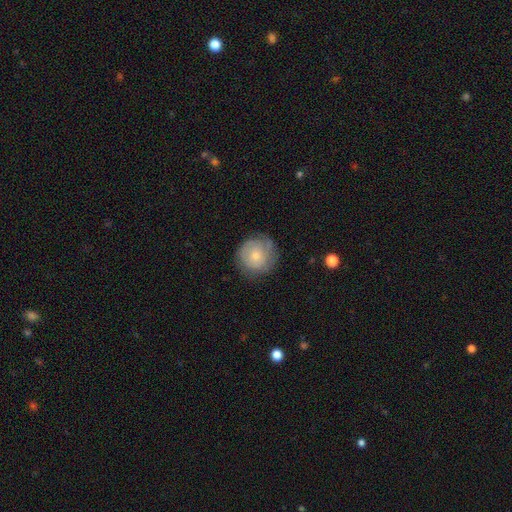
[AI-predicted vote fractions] Smooth or featured: smooth — 56% (featured or disk — 38%)
How rounded: round — 92% (in between — 7%)
Merging: none — 69% (minor disturbance — 22%)